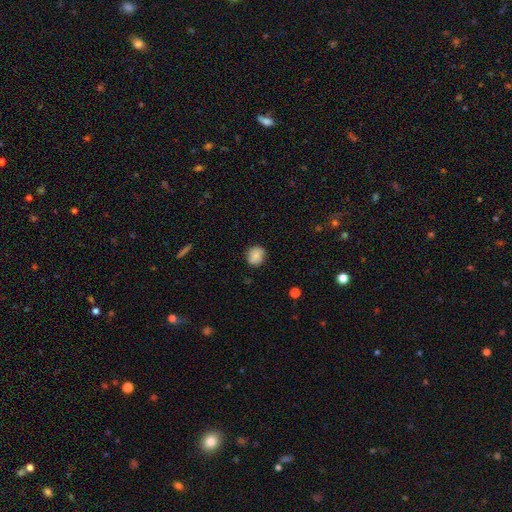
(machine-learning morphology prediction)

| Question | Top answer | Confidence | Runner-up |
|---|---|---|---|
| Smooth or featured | smooth | 79% | featured or disk (12%) |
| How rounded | round | 74% | in between (25%) |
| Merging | none | 79% | minor disturbance (16%) |